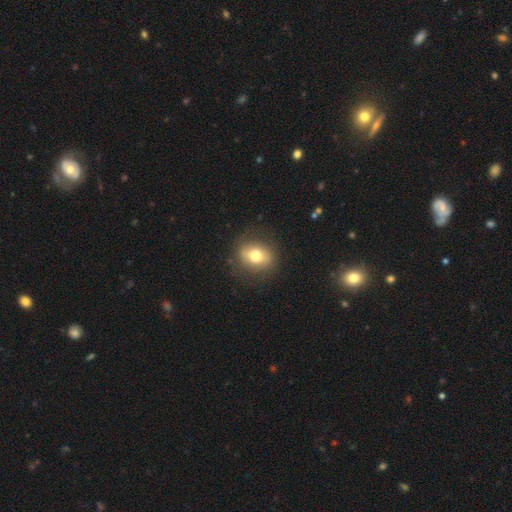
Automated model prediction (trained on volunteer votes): Smooth or featured? smooth (68%)
How rounded? round (57%)
Merging? none (81%)